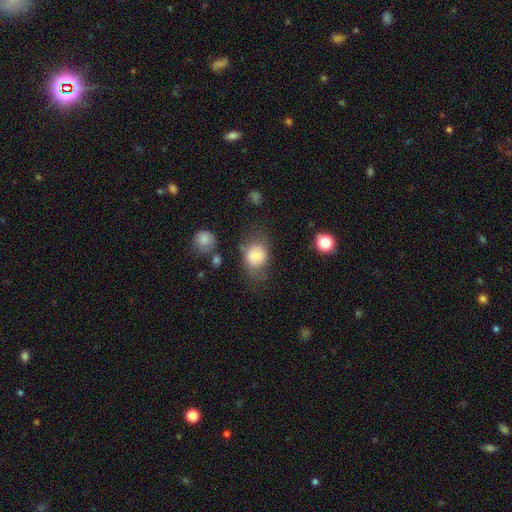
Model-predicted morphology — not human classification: Overall: smooth (78%). How rounded: round (57%; in between 42%). Merging: none (59%; minor disturbance 22%).